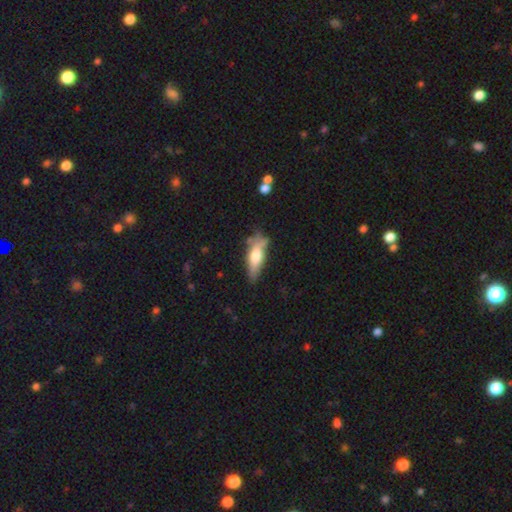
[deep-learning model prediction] This is possibly a smooth galaxy (59%). How rounded: possibly cigar-shaped (50%). Merging: likely none (60%).